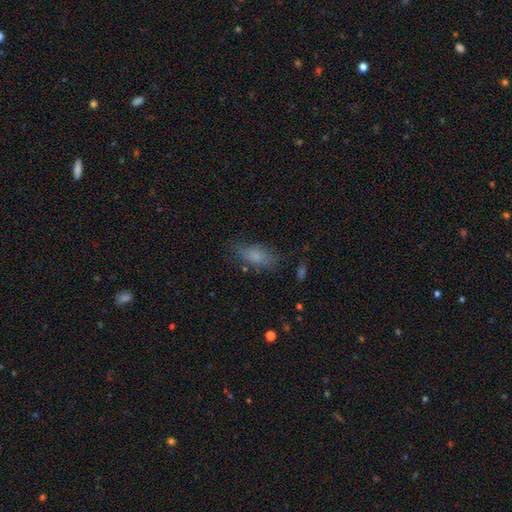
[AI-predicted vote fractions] Smooth or featured?
  - smooth: 74% *
  - featured or disk: 16%
  - star or artifact: 11%
How rounded?
  - in between: 83% *
  - cigar-shaped: 13%
  - round: 4%
Merging?
  - none: 62% *
  - minor disturbance: 25%
  - major disturbance: 10%
  - merger: 2%